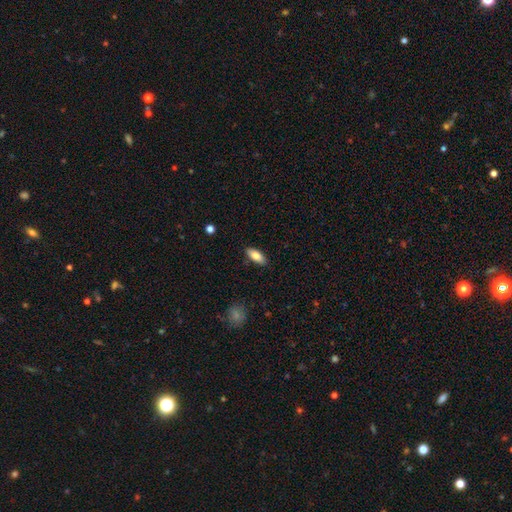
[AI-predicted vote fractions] Morphology: type=smooth (81%); roundness=in between (81%); merging=none (87%).